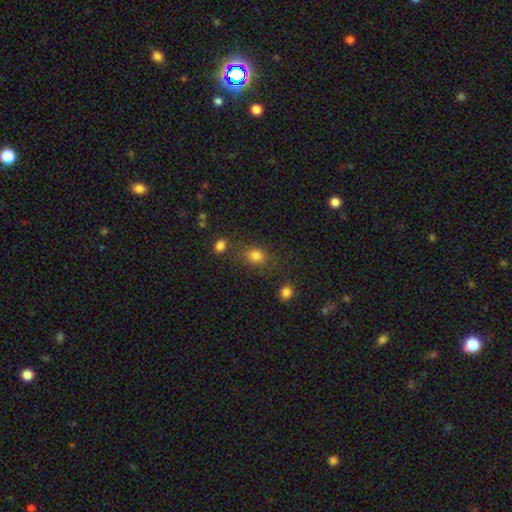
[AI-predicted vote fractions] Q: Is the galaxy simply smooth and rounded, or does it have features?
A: smooth — 80%.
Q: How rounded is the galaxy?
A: round — 56%.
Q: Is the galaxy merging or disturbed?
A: none — 69%.